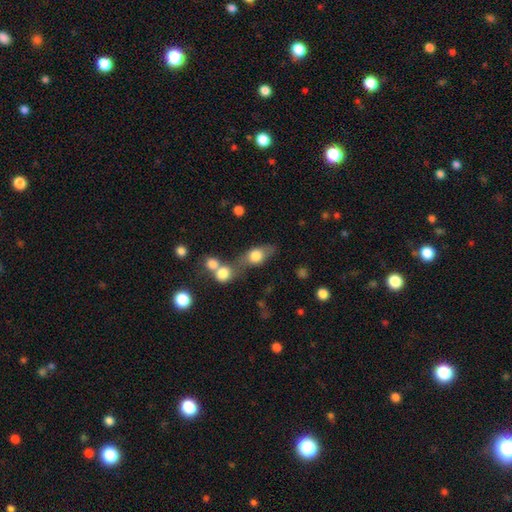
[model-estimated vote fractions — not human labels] A smooth galaxy with no disk features (72%) that is in between round and cigar-shaped (62%).

Vote fractions:
- Smooth or featured? smooth: 72% / featured or disk: 18% / star or artifact: 9%
- How rounded? in between: 62% / round: 29% / cigar-shaped: 9%
- Merging? none: 40% / merger: 39% / minor disturbance: 13% / major disturbance: 9%